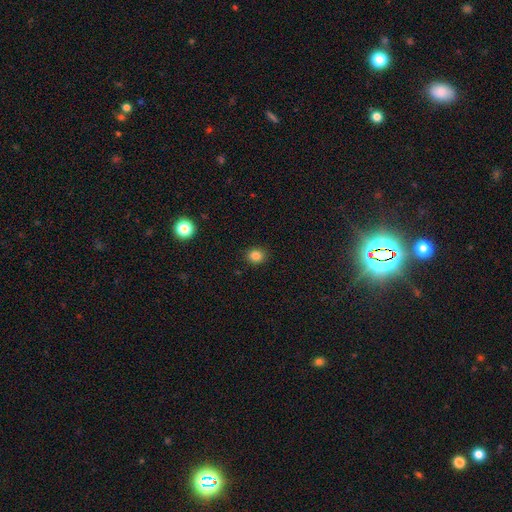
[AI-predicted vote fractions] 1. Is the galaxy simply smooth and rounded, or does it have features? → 83% smooth, 12% star or artifact, 4% featured or disk.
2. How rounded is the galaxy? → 75% round, 24% in between, 1% cigar-shaped.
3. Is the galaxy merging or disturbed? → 90% none, 7% minor disturbance, 2% major disturbance, 1% merger.